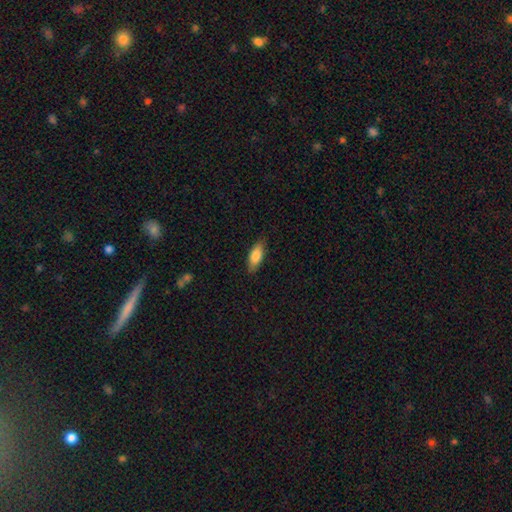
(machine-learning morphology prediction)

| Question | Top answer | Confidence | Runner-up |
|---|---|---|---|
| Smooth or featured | smooth | 81% | featured or disk (13%) |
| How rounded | in between | 76% | cigar-shaped (22%) |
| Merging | none | 84% | minor disturbance (13%) |